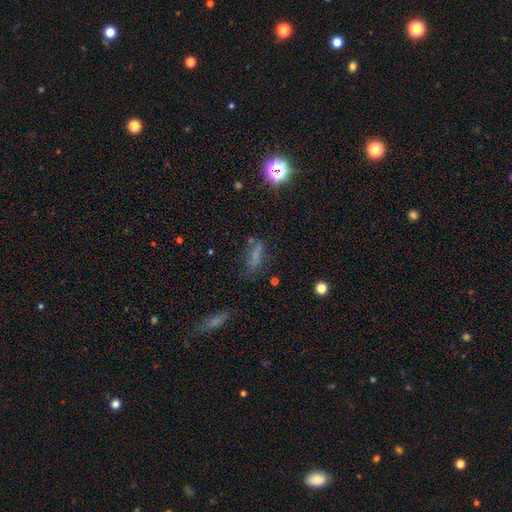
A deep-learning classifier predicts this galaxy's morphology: smooth-or-featured: smooth: 58% | star or artifact: 23% | featured or disk: 19%
  how-rounded: cigar-shaped: 51% | in between: 43% | round: 6%
  merging: none: 57% | minor disturbance: 23% | major disturbance: 14% | merger: 6%